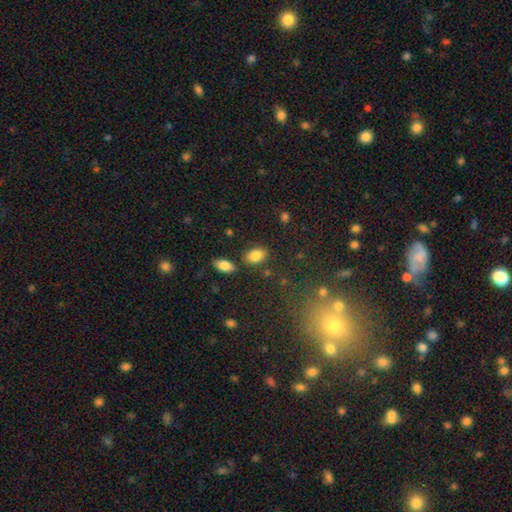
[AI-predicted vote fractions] Smooth or featured? smooth (84%)
How rounded? in between (86%)
Merging? none (79%)